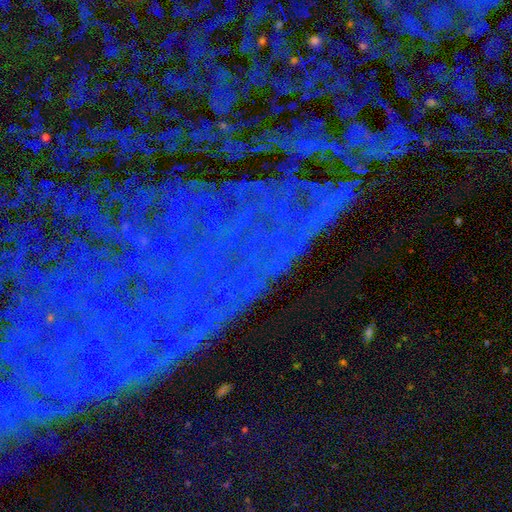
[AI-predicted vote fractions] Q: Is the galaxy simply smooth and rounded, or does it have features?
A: star or artifact — 83%.